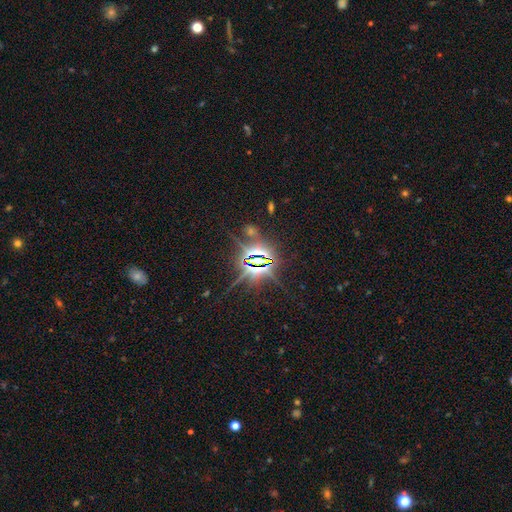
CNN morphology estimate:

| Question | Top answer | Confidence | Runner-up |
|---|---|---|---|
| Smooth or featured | star or artifact | 83% | featured or disk (9%) |